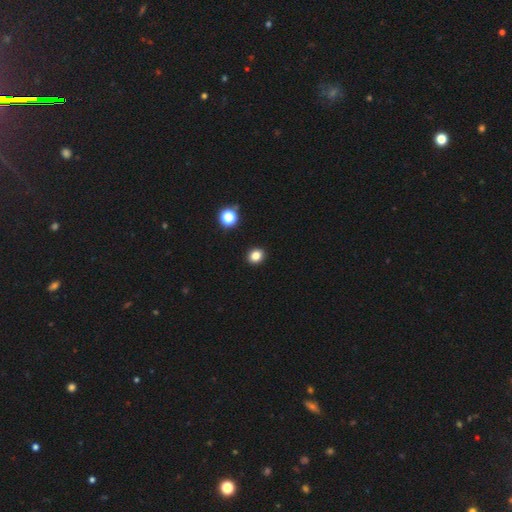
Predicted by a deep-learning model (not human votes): A smooth galaxy with no disk features (82%) that is round (72%). Merging: none (92%).